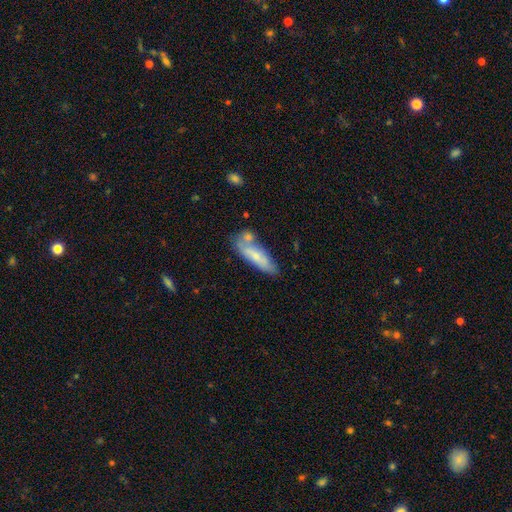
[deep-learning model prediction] Morphology: type=smooth (60%); roundness=cigar-shaped (56%); merging=none (52%).